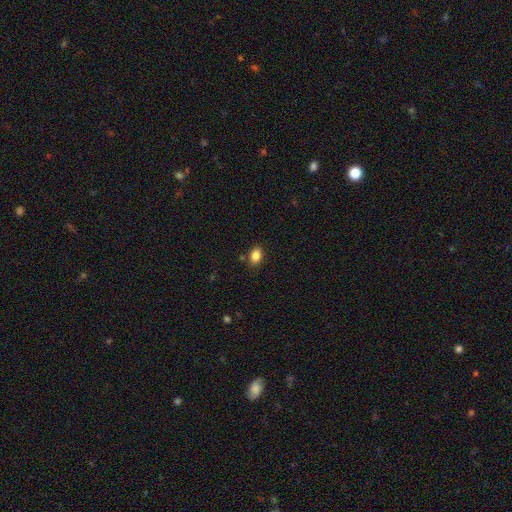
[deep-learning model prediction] This appears to be a smooth galaxy with no disk features (85%) that is in between round and cigar-shaped (83%). Merging: none (85%).